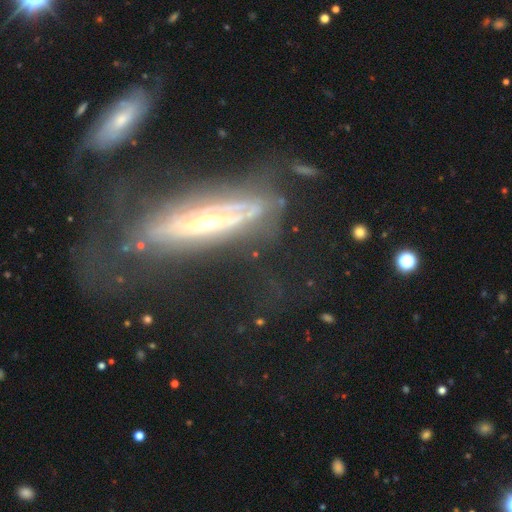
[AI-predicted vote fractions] smooth_or_featured: featured or disk (p=0.76) [alt: smooth p=0.16]
disk_edge_on: yes (p=0.51) [alt: no p=0.49]
merging: none (p=0.47) [alt: major disturbance p=0.25]